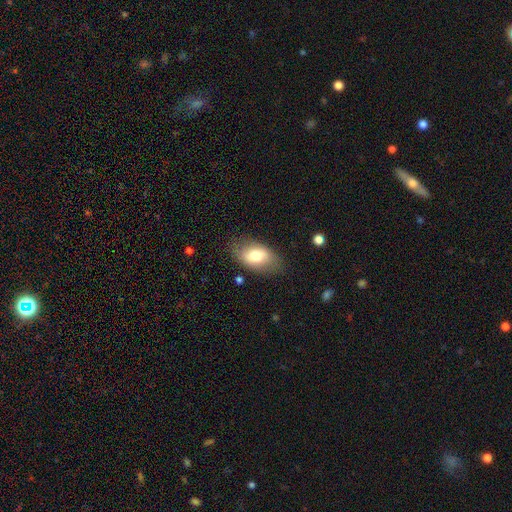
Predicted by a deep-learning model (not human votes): This is likely a smooth galaxy (72%). How rounded: clearly in between (92%). Merging: likely none (76%).